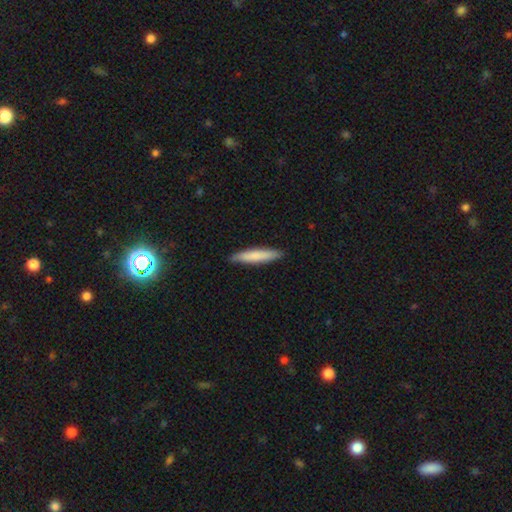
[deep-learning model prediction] This is likely a smooth galaxy (78%). How rounded: clearly cigar-shaped (90%). Merging: clearly none (88%).